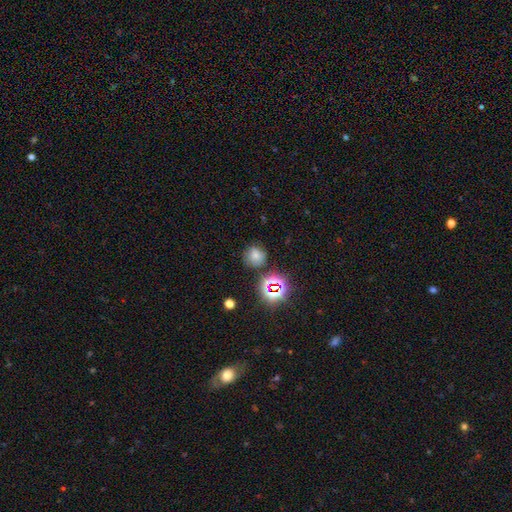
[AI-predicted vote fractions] Smooth or featured?
  - smooth: 62% *
  - star or artifact: 25%
  - featured or disk: 13%
How rounded?
  - round: 88% *
  - in between: 11%
  - cigar-shaped: 1%
Merging?
  - none: 75% *
  - minor disturbance: 15%
  - merger: 5%
  - major disturbance: 5%